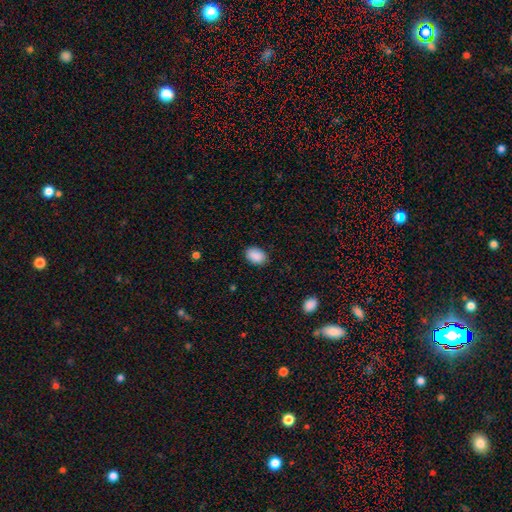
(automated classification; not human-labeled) smooth 90%, star or artifact 7%, featured or disk 3%. Down the decision tree: how rounded — in between (82%); merging — none (86%).